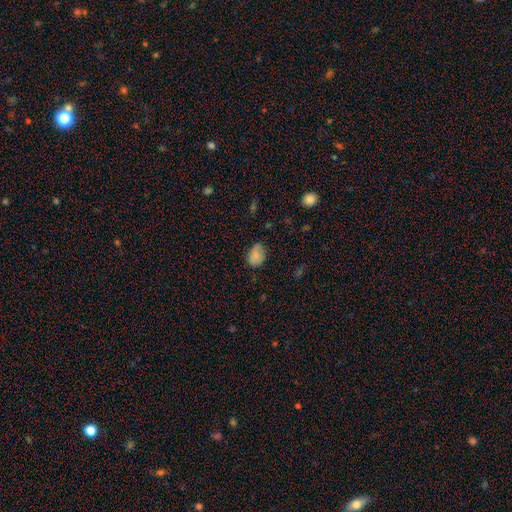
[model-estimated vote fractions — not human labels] Morphology: type=smooth (80%); roundness=in between (70%); merging=none (62%).